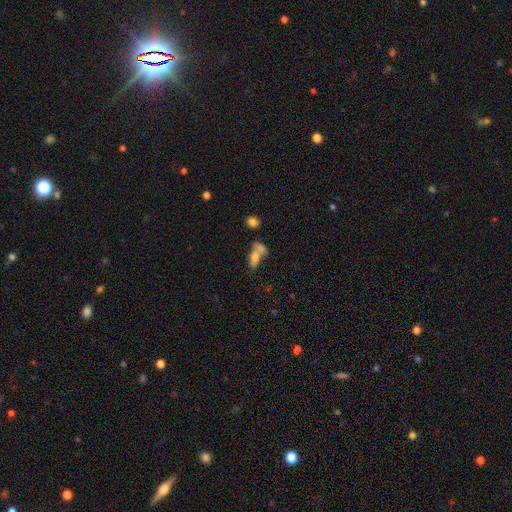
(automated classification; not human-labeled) smooth_or_featured: smooth (p=0.70) [alt: featured or disk p=0.19]
how_rounded: in between (p=0.77) [alt: cigar-shaped p=0.15]
merging: merger (p=0.52) [alt: none p=0.29]